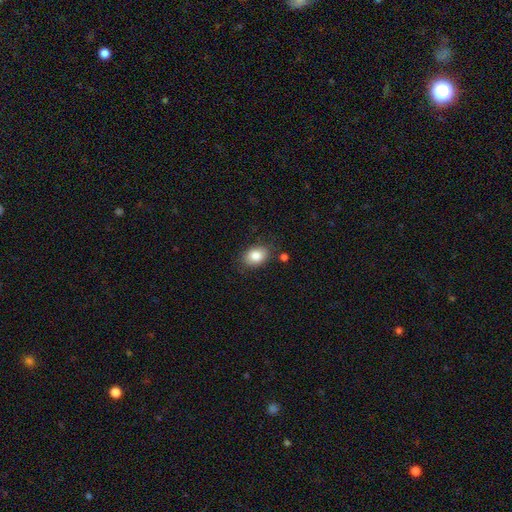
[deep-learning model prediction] A smooth galaxy with no disk features (85%) that is in between round and cigar-shaped (75%). Merging: none (80%).